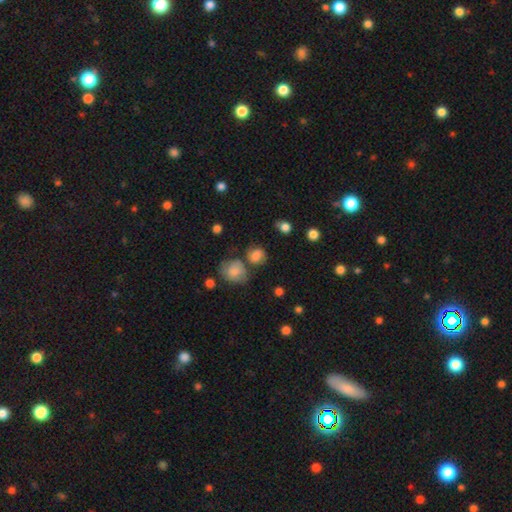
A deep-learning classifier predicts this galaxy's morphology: A smooth galaxy with no disk features (78%) that is round (72%).

Vote fractions:
- Smooth or featured? smooth: 78% / featured or disk: 11% / star or artifact: 11%
- How rounded? round: 72% / in between: 27% / cigar-shaped: 1%
- Merging? none: 59% / minor disturbance: 18% / merger: 14% / major disturbance: 8%